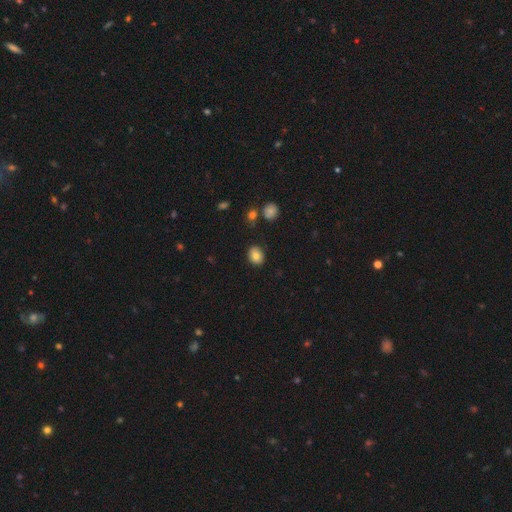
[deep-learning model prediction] This appears to be a smooth galaxy with no disk features (82%) that is in between round and cigar-shaped (50%). Merging: none (86%).